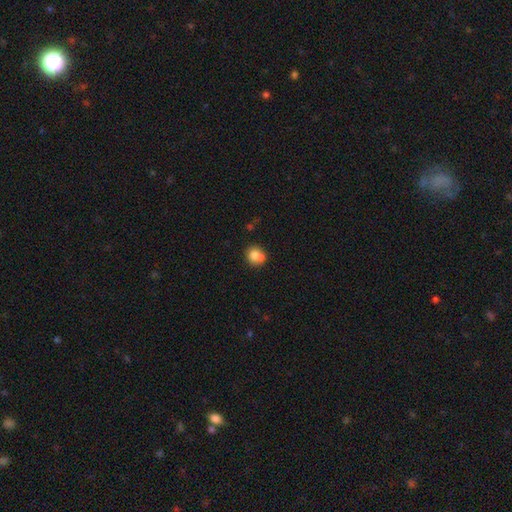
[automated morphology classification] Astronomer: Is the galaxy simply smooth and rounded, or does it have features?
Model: smooth — 75%.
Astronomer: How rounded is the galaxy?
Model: round — 79%.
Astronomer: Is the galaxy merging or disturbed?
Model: none — 44% (runner-up: merger, 41%).